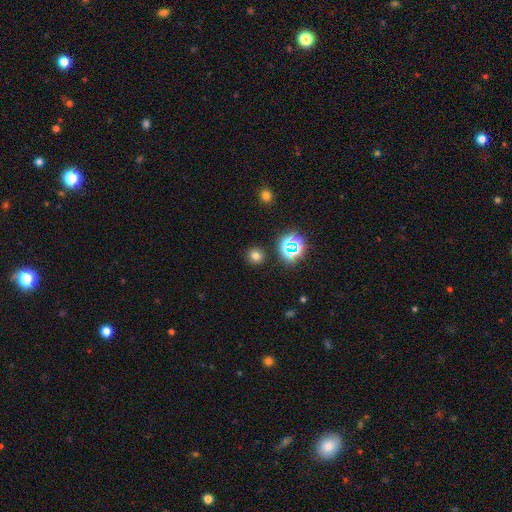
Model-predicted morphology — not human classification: Q: Smooth or featured?
A: smooth (70%); runner-up: star or artifact (23%)
Q: How rounded?
A: round (90%); runner-up: in between (9%)
Q: Merging?
A: none (89%); runner-up: minor disturbance (6%)